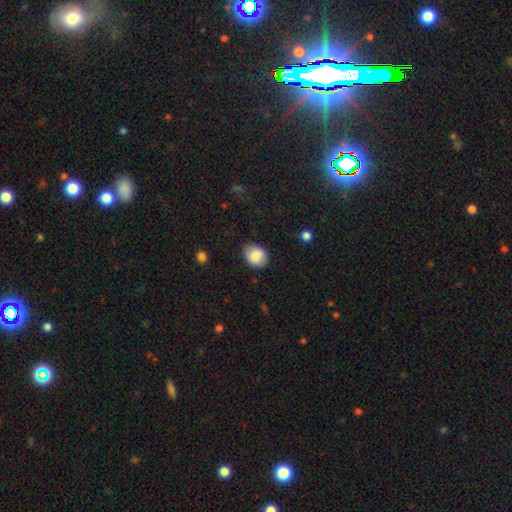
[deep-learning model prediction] A smooth galaxy with no disk features (86%) that is in between round and cigar-shaped (50%). Merging: none (79%).